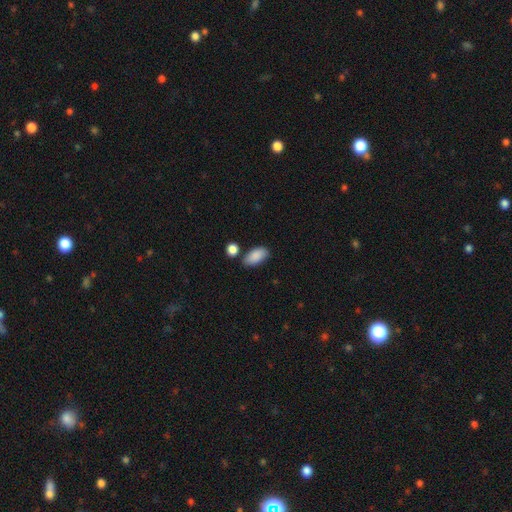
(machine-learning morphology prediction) smooth_or_featured: smooth (p=0.89) [alt: star or artifact p=0.06]
how_rounded: in between (p=0.93) [alt: cigar-shaped p=0.03]
merging: none (p=0.75) [alt: minor disturbance p=0.14]